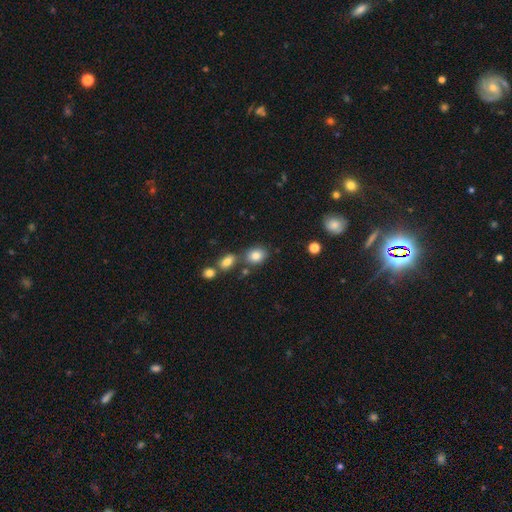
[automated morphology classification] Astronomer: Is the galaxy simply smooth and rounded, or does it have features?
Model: smooth — 83%.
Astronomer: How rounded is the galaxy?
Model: in between — 51% (runner-up: round, 47%).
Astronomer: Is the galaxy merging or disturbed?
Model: none — 69%.